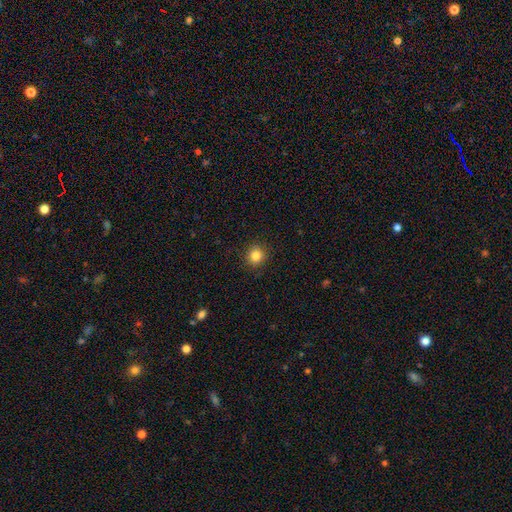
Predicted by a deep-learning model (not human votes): Smooth or featured? Predicted: smooth (p=0.84). How rounded? Predicted: round (p=0.89). Merging? Predicted: none (p=0.89).